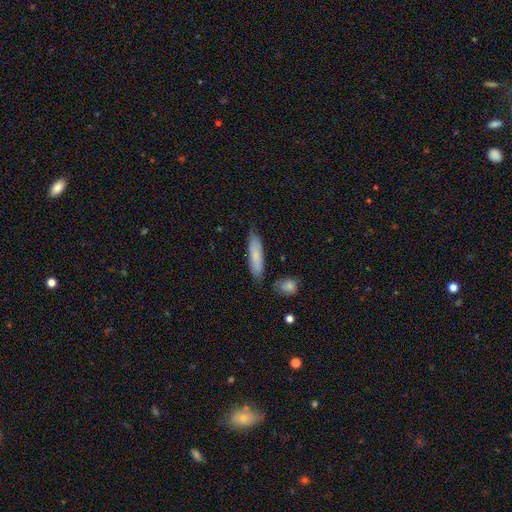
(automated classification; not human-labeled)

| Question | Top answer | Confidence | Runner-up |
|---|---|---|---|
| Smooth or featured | smooth | 77% | featured or disk (17%) |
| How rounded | cigar-shaped | 69% | in between (29%) |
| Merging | none | 76% | minor disturbance (17%) |